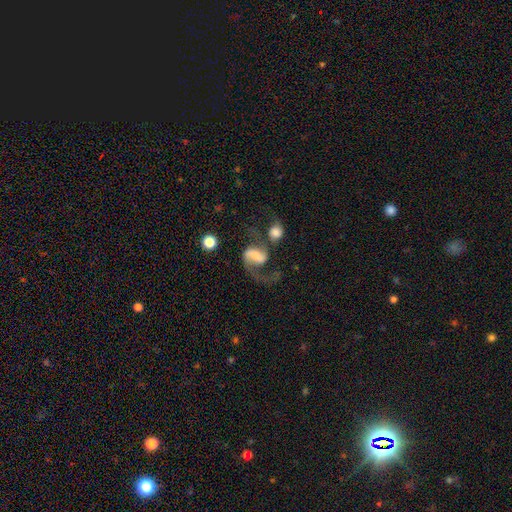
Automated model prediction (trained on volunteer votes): Q: Smooth or featured?
A: featured or disk (82%); runner-up: smooth (11%)
Q: Edge-on disk?
A: no (98%); runner-up: yes (2%)
Q: Bar?
A: weak (46%); runner-up: no (28%)
Q: Spiral arms?
A: yes (95%); runner-up: no (5%)
Q: Spiral winding?
A: loose (57%); runner-up: medium (36%)
Q: Spiral arm count?
A: 2 (77%); runner-up: 1 (18%)
Q: Bulge size?
A: moderate (45%); runner-up: small (35%)
Q: Merging?
A: none (37%); runner-up: merger (25%)